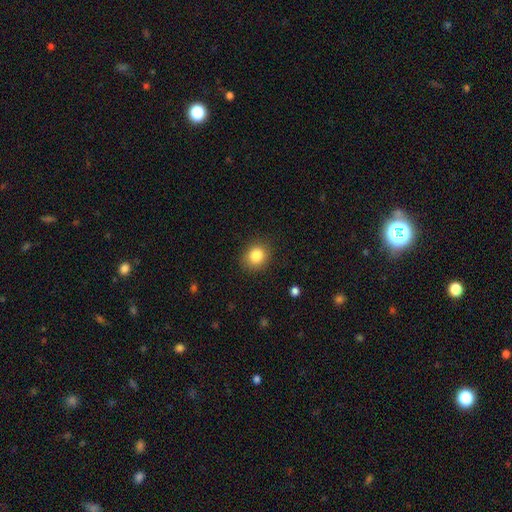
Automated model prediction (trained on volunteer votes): Smooth or featured? Predicted: smooth (p=0.84). How rounded? Predicted: round (p=0.69). Merging? Predicted: none (p=0.87).